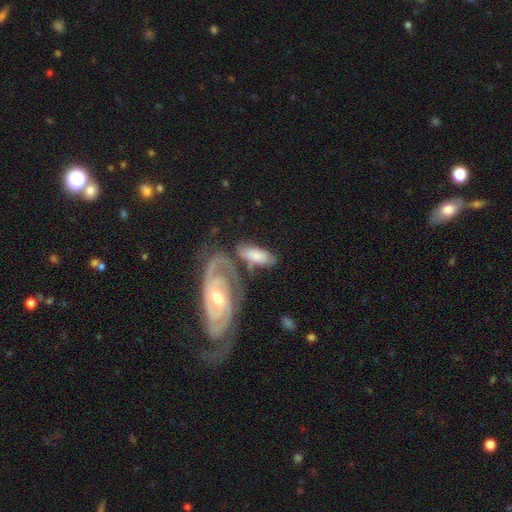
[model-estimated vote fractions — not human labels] A smooth galaxy with no disk features (55%) that is in between round and cigar-shaped (86%).

Vote fractions:
- Smooth or featured? smooth: 55% / featured or disk: 38% / star or artifact: 6%
- How rounded? in between: 86% / cigar-shaped: 11% / round: 3%
- Merging? none: 39% / merger: 29% / minor disturbance: 20% / major disturbance: 12%